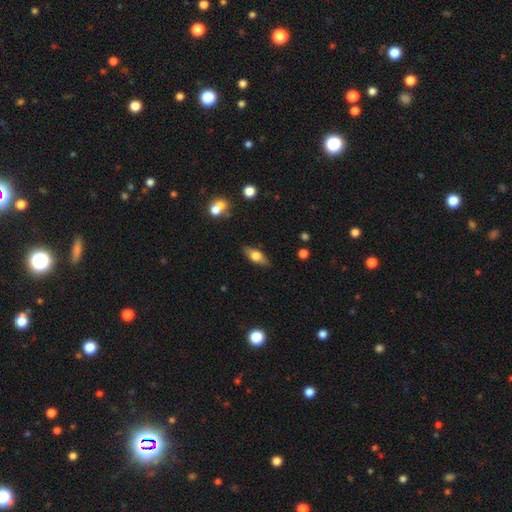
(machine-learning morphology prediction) smooth 56%, featured or disk 37%, star or artifact 7%. Down the decision tree: how rounded — in between (73%); merging — none (84%).